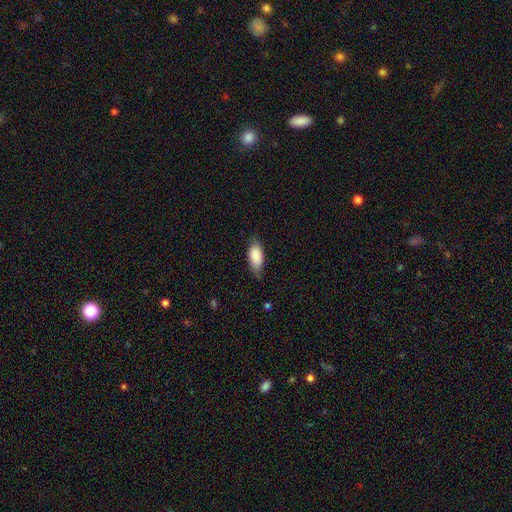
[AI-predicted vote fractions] Q: Smooth or featured?
A: smooth (84%); runner-up: featured or disk (10%)
Q: How rounded?
A: in between (87%); runner-up: cigar-shaped (11%)
Q: Merging?
A: none (69%); runner-up: minor disturbance (26%)